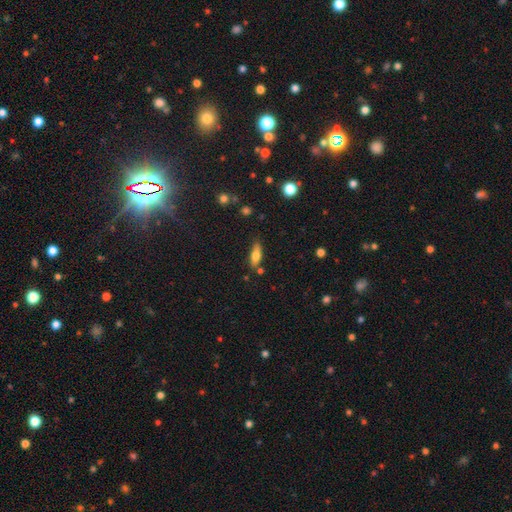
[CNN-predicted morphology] Overall: smooth (69%). How rounded: in between (61%; cigar-shaped 36%). Merging: none (72%).